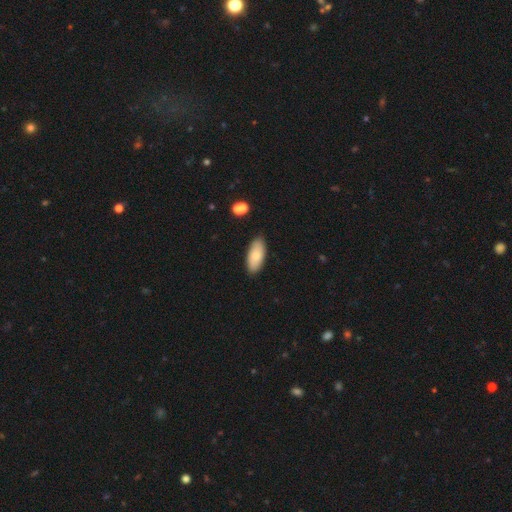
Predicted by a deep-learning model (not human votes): Smooth or featured? Predicted: smooth (p=0.81). How rounded? Predicted: in between (p=0.86). Merging? Predicted: none (p=0.86).